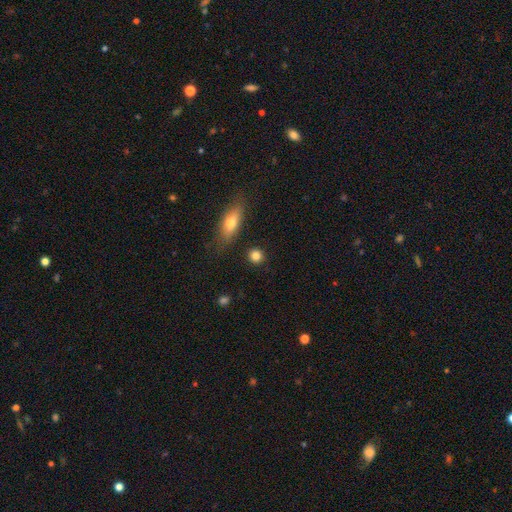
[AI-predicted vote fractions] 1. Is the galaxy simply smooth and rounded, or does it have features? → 84% smooth, 9% star or artifact, 6% featured or disk.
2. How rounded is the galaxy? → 86% round, 11% in between, 2% cigar-shaped.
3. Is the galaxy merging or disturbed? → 88% none, 7% minor disturbance, 3% merger, 2% major disturbance.